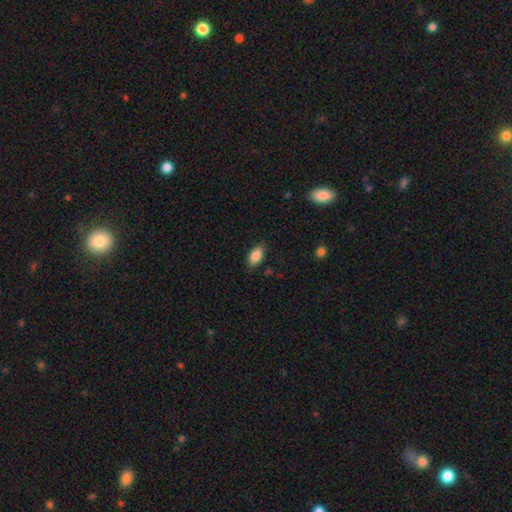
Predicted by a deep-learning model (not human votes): This appears to be a smooth galaxy with no disk features (87%) that is in between round and cigar-shaped (91%). Merging: none (82%).